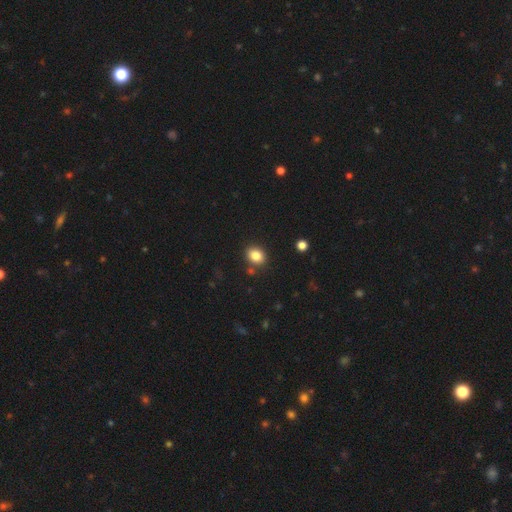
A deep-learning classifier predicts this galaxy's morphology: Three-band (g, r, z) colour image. It shows a smooth galaxy with no disk features (84%) that is in between round and cigar-shaped (52%). Merging: none (83%).